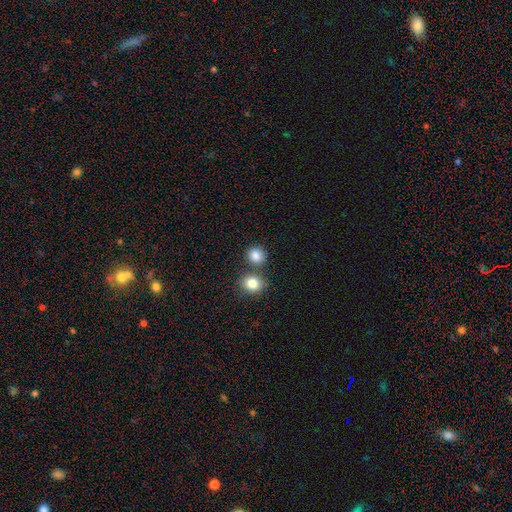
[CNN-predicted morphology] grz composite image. It shows a smooth galaxy with no disk features (84%) that is round (83%). Merging: none (69%).